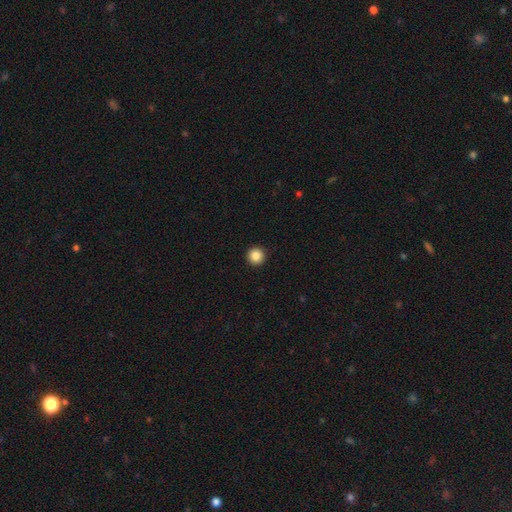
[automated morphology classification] smooth-or-featured: smooth: 86% | star or artifact: 10% | featured or disk: 4%
  how-rounded: round: 97% | in between: 3% | cigar-shaped: 1%
  merging: none: 94% | minor disturbance: 4% | major disturbance: 1% | merger: 1%